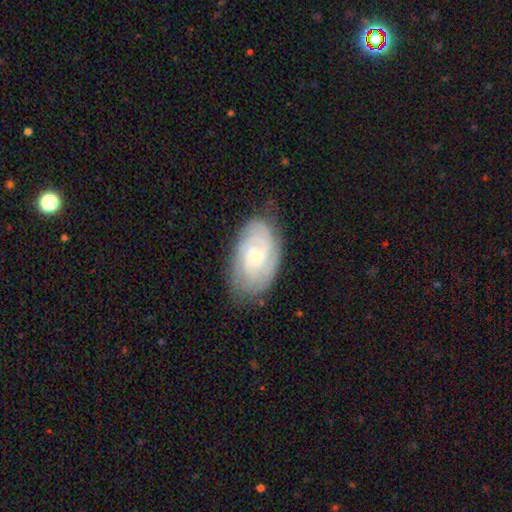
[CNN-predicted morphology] Q: Smooth or featured?
A: featured or disk (81%); runner-up: smooth (13%)
Q: Edge-on disk?
A: no (96%); runner-up: yes (4%)
Q: Bar?
A: no (63%); runner-up: weak (32%)
Q: Spiral arms?
A: yes (97%); runner-up: no (3%)
Q: Spiral winding?
A: tight (72%); runner-up: medium (24%)
Q: Spiral arm count?
A: 2 (32%); runner-up: can't tell (26%)
Q: Bulge size?
A: small (63%); runner-up: moderate (31%)
Q: Merging?
A: none (77%); runner-up: minor disturbance (18%)